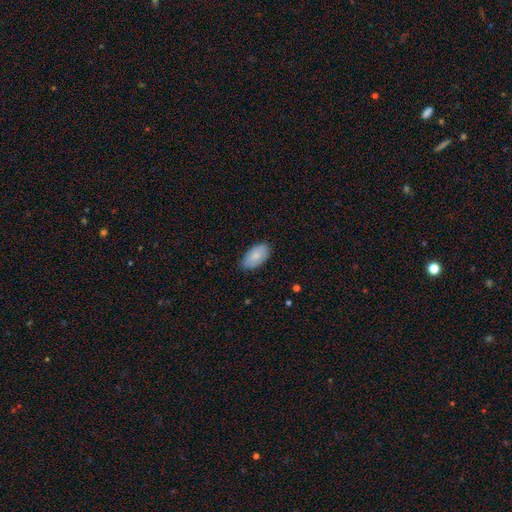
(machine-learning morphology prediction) This appears to be a smooth galaxy with no disk features (81%) that is in between round and cigar-shaped (95%). Merging: none (81%).